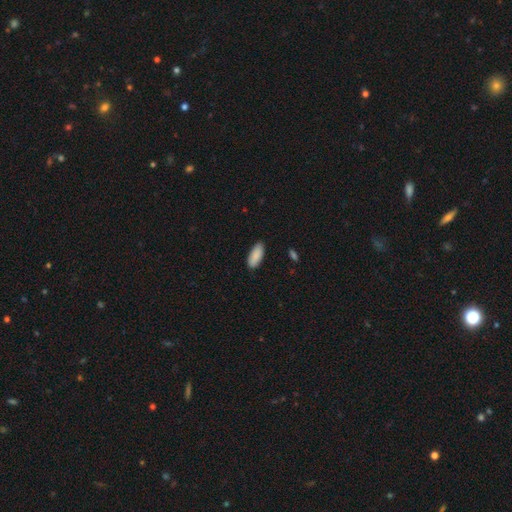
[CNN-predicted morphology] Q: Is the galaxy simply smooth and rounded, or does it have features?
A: smooth — 90%.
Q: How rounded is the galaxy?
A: in between — 83%.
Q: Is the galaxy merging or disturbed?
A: none — 87%.